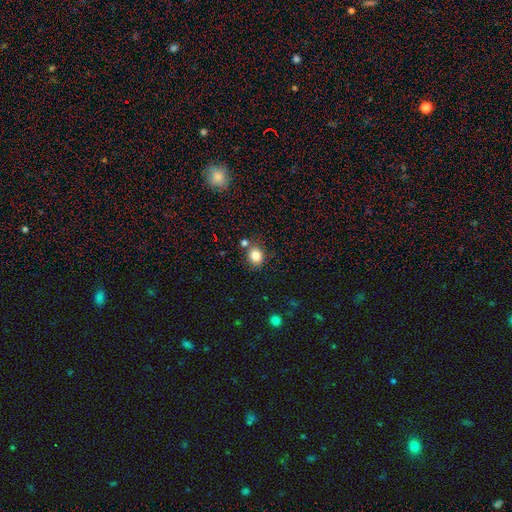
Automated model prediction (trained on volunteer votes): smooth 83%, star or artifact 11%, featured or disk 6%. Down the decision tree: how rounded — round (60%); merging — none (74%).